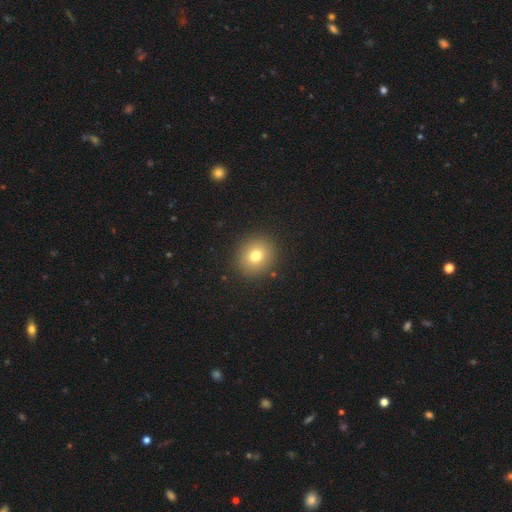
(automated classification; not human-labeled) Smooth or featured? Predicted: smooth (p=0.75). How rounded? Predicted: round (p=0.84). Merging? Predicted: none (p=0.90).